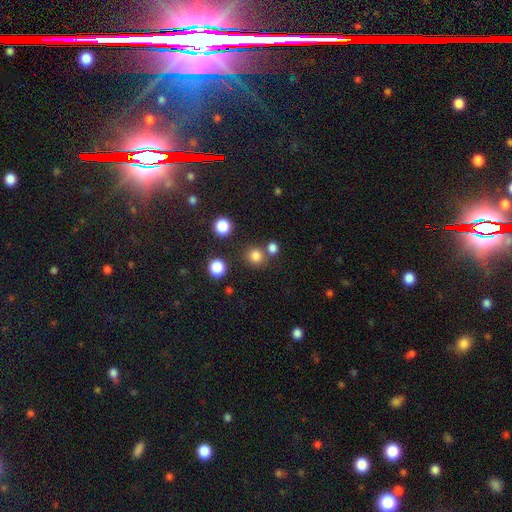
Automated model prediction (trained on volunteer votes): The model was most divided on "merging": none: 73%, merger: 16%, minor disturbance: 7%, major disturbance: 3%. More confident: how rounded — round (87%); smooth or featured — smooth (80%).